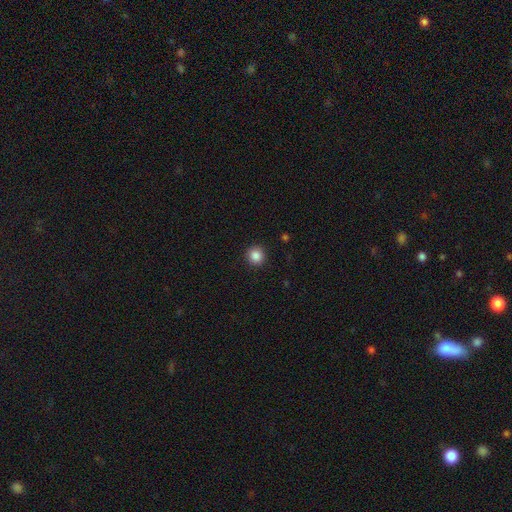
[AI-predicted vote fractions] Smooth or featured: smooth — 86% (star or artifact — 11%)
How rounded: round — 93% (in between — 6%)
Merging: none — 92% (minor disturbance — 5%)